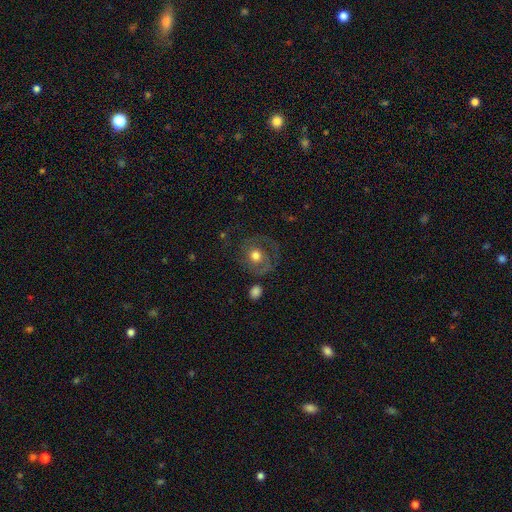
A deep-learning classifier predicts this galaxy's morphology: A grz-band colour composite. It shows a featured or disk galaxy (47%). Merging: none (55%).